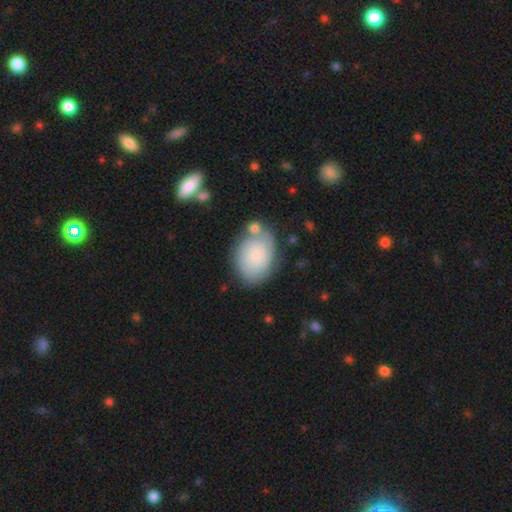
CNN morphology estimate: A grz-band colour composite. It shows a smooth galaxy with no disk features (62%) that is in between round and cigar-shaped (71%). Merging: none (63%).